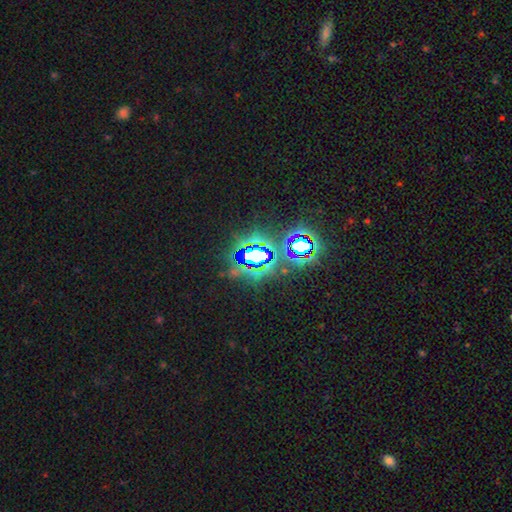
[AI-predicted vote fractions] A star or artifact, not a galaxy (77%).